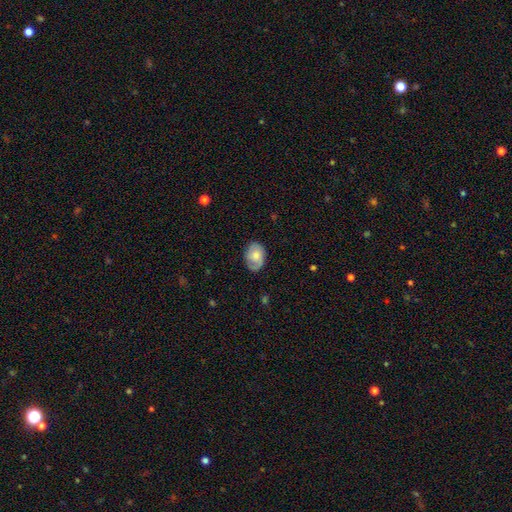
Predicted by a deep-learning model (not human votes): This appears to be a smooth galaxy with no disk features (53%) that is in between round and cigar-shaped (77%). Merging: none (69%).